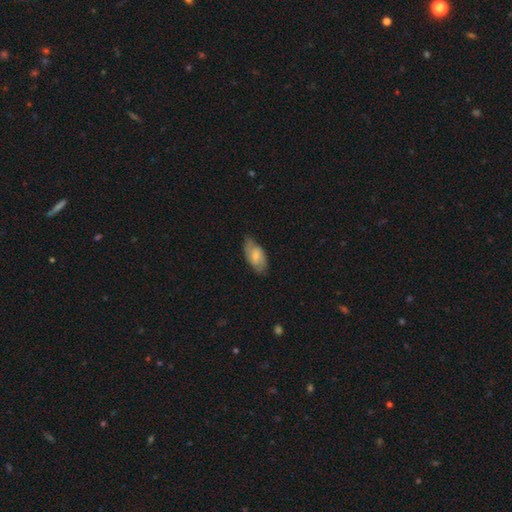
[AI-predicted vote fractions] This is possibly a smooth galaxy (54%). How rounded: clearly in between (91%). Merging: likely none (67%).